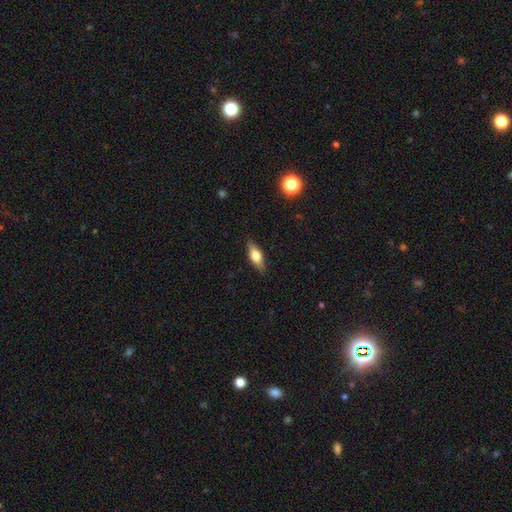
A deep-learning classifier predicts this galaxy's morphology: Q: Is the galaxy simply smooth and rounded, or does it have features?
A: smooth — 61%.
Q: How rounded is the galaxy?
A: in between — 65%.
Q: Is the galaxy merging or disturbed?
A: none — 86%.